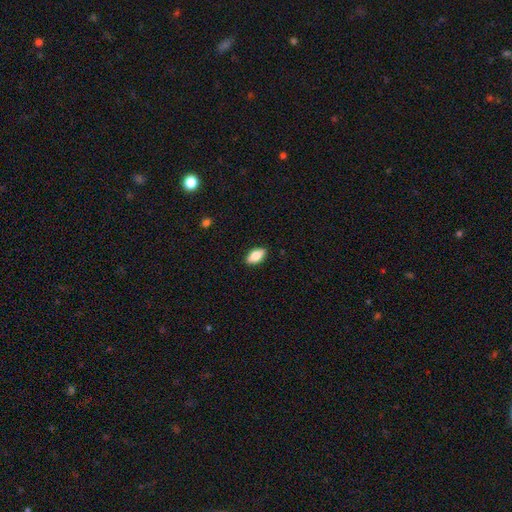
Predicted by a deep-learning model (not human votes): A smooth galaxy with no disk features (75%) that is in between round and cigar-shaped (88%).

Vote fractions:
- Smooth or featured? smooth: 75% / featured or disk: 19% / star or artifact: 7%
- How rounded? in between: 88% / cigar-shaped: 9% / round: 4%
- Merging? none: 88% / minor disturbance: 9% / major disturbance: 2% / merger: 1%